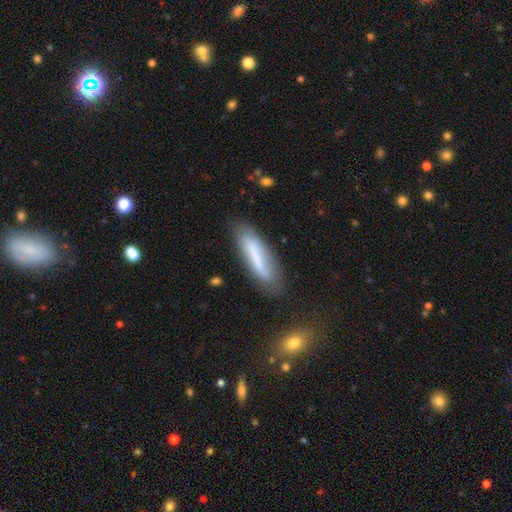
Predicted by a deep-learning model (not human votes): Smooth or featured? Predicted: smooth (p=0.58). How rounded? Predicted: cigar-shaped (p=0.75). Merging? Predicted: none (p=0.72).